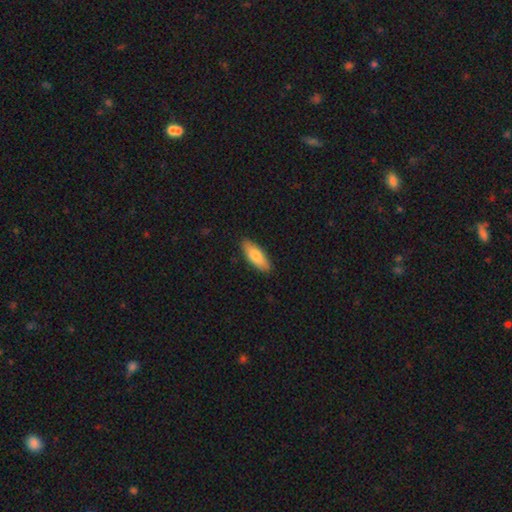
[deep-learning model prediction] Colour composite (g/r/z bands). It shows a smooth galaxy with no disk features (78%) that is in between round and cigar-shaped (68%). Merging: none (89%).